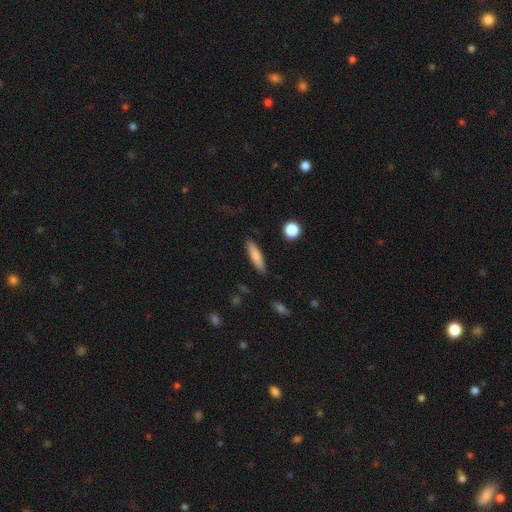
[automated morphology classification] Smooth or featured? Predicted: smooth (p=0.80). How rounded? Predicted: cigar-shaped (p=0.79). Merging? Predicted: none (p=0.88).